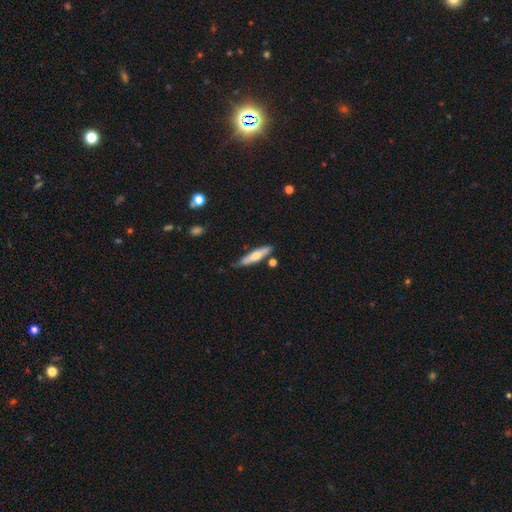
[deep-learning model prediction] Q: Smooth or featured?
A: smooth (54%); runner-up: featured or disk (41%)
Q: How rounded?
A: cigar-shaped (78%); runner-up: in between (20%)
Q: Merging?
A: none (74%); runner-up: minor disturbance (17%)